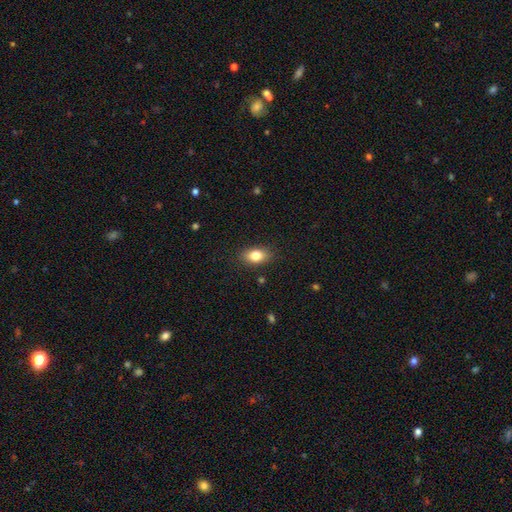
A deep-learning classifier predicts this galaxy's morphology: Smooth or featured: smooth — 81% (featured or disk — 10%)
How rounded: in between — 85% (round — 12%)
Merging: none — 87% (minor disturbance — 10%)